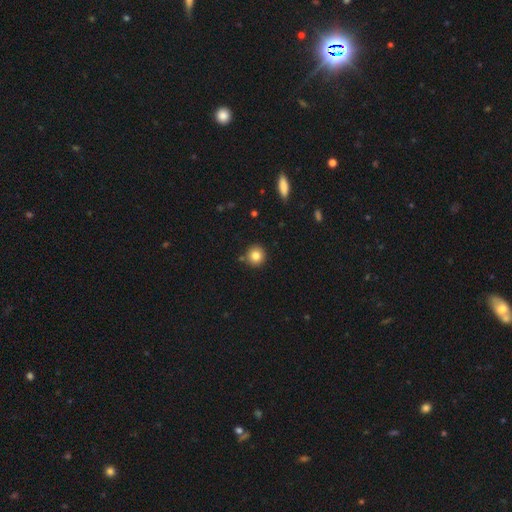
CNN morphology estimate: smooth_or_featured: smooth (p=0.82) [alt: star or artifact p=0.11]
how_rounded: round (p=0.93) [alt: in between p=0.06]
merging: none (p=0.86) [alt: minor disturbance p=0.08]